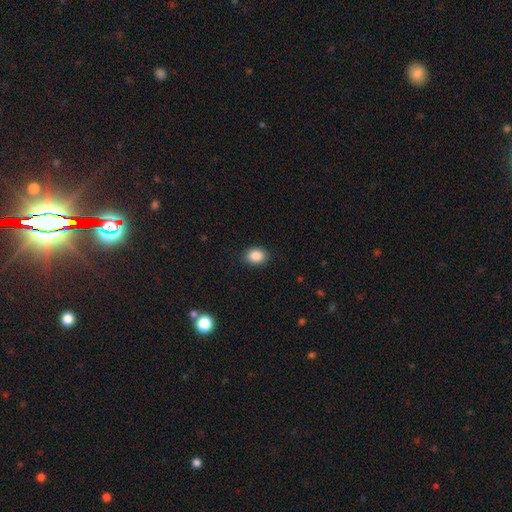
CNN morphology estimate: A smooth galaxy with no disk features (88%) that is in between round and cigar-shaped (58%).

Vote fractions:
- Smooth or featured? smooth: 88% / star or artifact: 9% / featured or disk: 3%
- How rounded? in between: 58% / round: 41% / cigar-shaped: 1%
- Merging? none: 88% / minor disturbance: 9% / major disturbance: 2% / merger: 1%